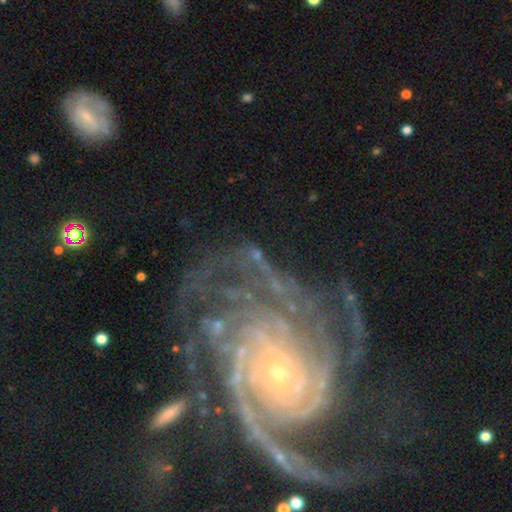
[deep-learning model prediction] Morphology: type=featured or disk (74%); edge-on=no (96%); bar=no (53%); spiral arms=yes (92%); winding=tight (70%); arm count=can't tell (29%); bulge=small (65%); merging=none (66%).